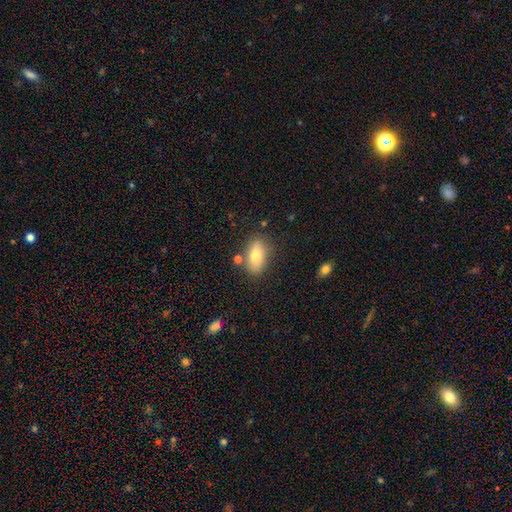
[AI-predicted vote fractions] This appears to be a smooth galaxy with no disk features (72%) that is in between round and cigar-shaped (88%). Merging: none (77%).